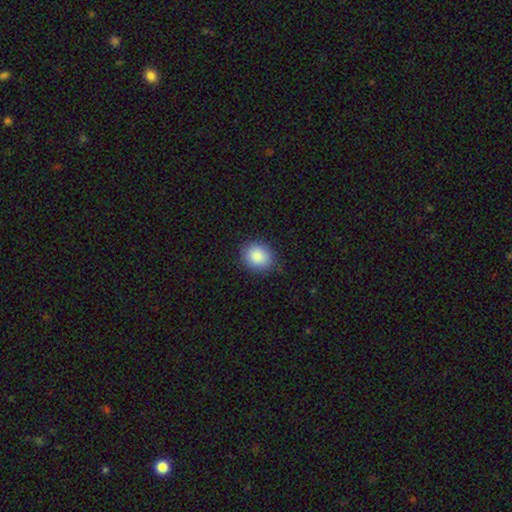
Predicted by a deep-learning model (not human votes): smooth_or_featured: smooth (p=0.88) [alt: star or artifact p=0.08]
how_rounded: round (p=0.59) [alt: in between p=0.40]
merging: none (p=0.84) [alt: minor disturbance p=0.12]